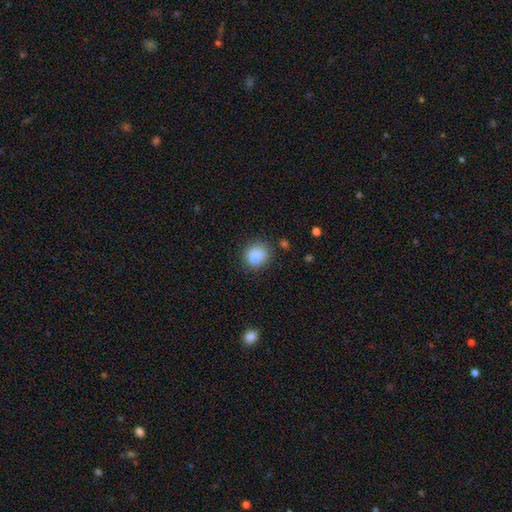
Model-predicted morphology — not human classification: type=smooth (83%); roundness=round (72%); merging=none (68%).